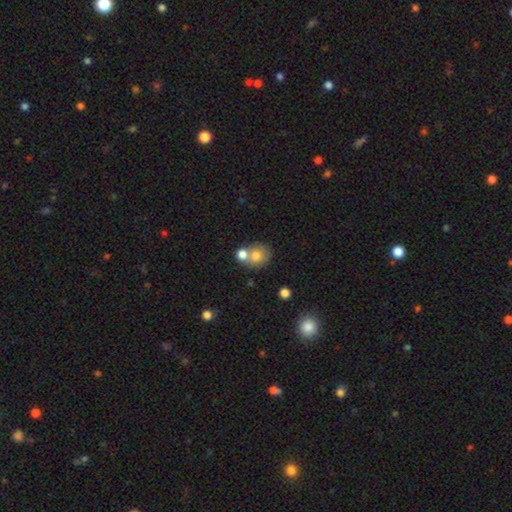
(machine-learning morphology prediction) smooth 74%, featured or disk 16%, star or artifact 10%. Down the decision tree: how rounded — round (71%); merging — none (44%).